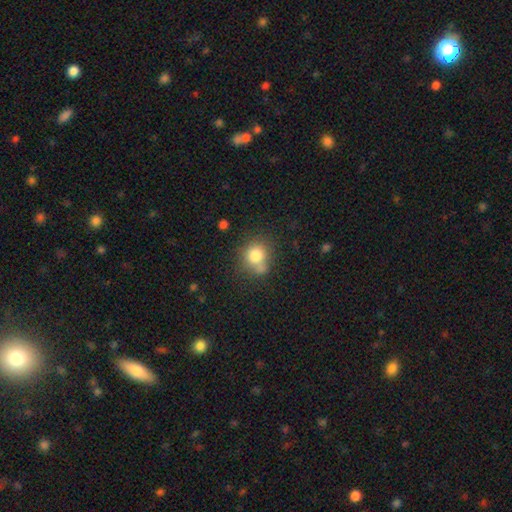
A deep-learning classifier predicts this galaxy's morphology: A smooth galaxy with no disk features (79%) that is round (77%). Merging: none (54%).